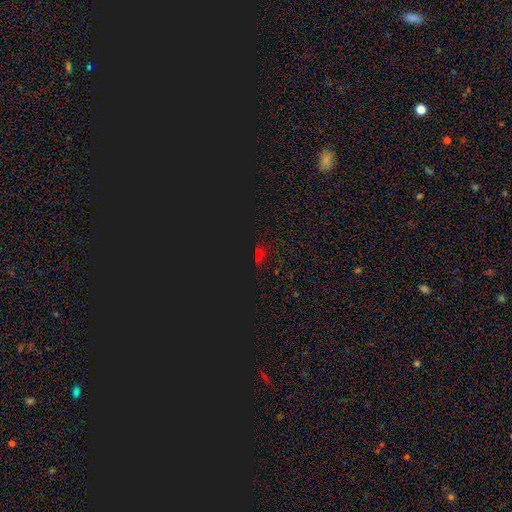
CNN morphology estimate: Smooth or featured? Predicted: star or artifact (p=0.73).